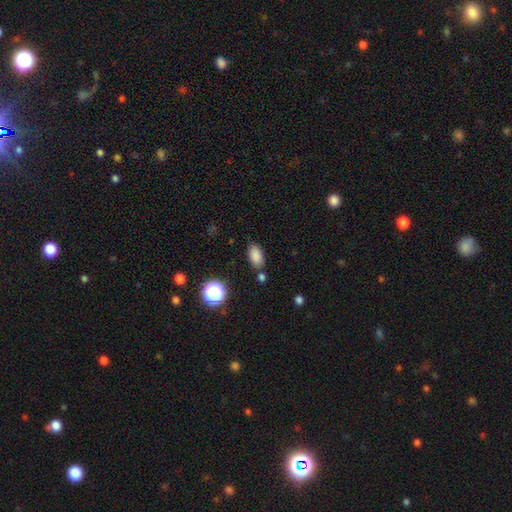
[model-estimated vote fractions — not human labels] Smooth or featured: smooth — 84% (star or artifact — 11%)
How rounded: in between — 90% (round — 7%)
Merging: none — 79% (minor disturbance — 12%)